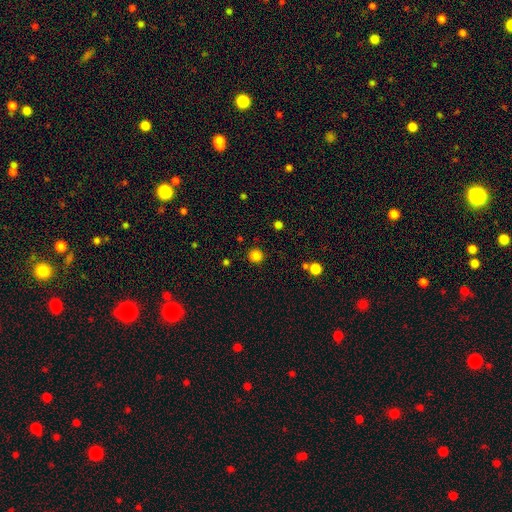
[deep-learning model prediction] Smooth or featured: smooth — 84% (star or artifact — 13%)
How rounded: round — 94% (in between — 5%)
Merging: none — 90% (minor disturbance — 6%)